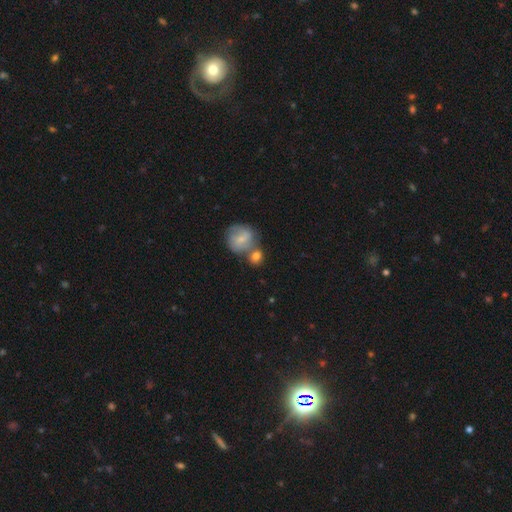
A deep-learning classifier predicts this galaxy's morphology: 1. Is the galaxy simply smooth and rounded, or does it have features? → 64% smooth, 27% featured or disk, 9% star or artifact.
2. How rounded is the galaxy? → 76% round, 22% in between, 2% cigar-shaped.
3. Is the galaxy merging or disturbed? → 43% merger (tied), 43% none (tied), 11% minor disturbance, 4% major disturbance.